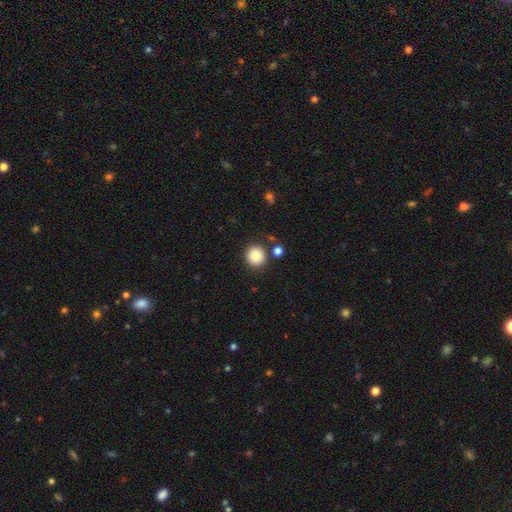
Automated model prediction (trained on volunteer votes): Smooth or featured: smooth — 85% (star or artifact — 9%)
How rounded: round — 93% (in between — 6%)
Merging: none — 84% (minor disturbance — 8%)